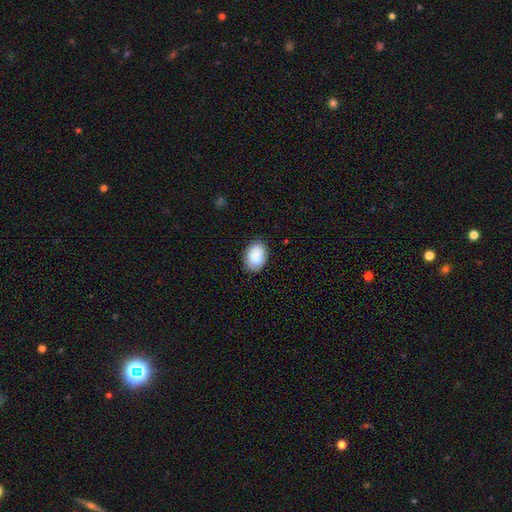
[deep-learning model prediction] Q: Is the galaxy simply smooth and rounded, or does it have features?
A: smooth — 89%.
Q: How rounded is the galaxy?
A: in between — 83%.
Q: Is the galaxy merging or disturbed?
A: none — 83%.